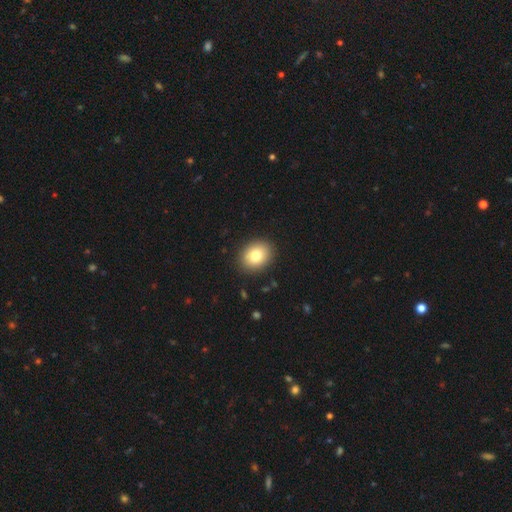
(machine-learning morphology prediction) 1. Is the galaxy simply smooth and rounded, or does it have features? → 80% smooth, 11% featured or disk, 10% star or artifact.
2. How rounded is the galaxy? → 53% round, 46% in between, 1% cigar-shaped.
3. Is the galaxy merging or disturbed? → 90% none, 7% minor disturbance, 2% major disturbance, 1% merger.